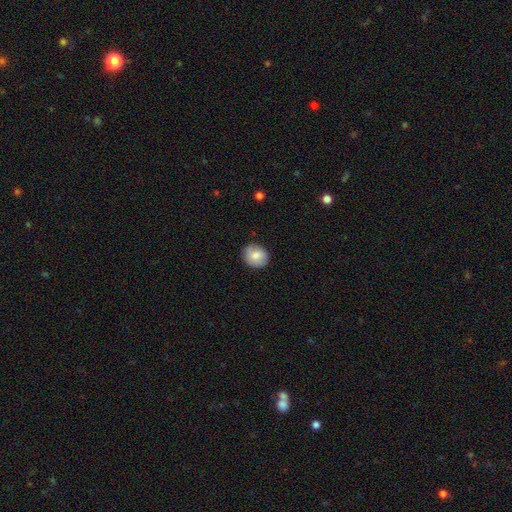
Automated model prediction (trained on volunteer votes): smooth-or-featured: smooth: 74% | featured or disk: 18% | star or artifact: 7%
  how-rounded: round: 75% | in between: 25% | cigar-shaped: 1%
  merging: none: 81% | minor disturbance: 15% | major disturbance: 3% | merger: 1%